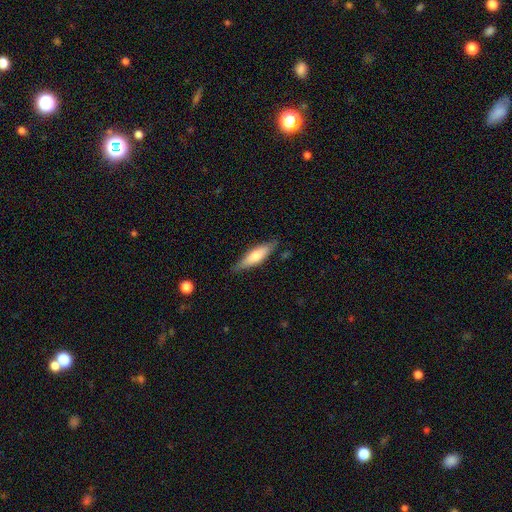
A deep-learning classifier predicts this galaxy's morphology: This appears to be a smooth galaxy with no disk features (61%) that is cigar-shaped (65%). Merging: none (81%).